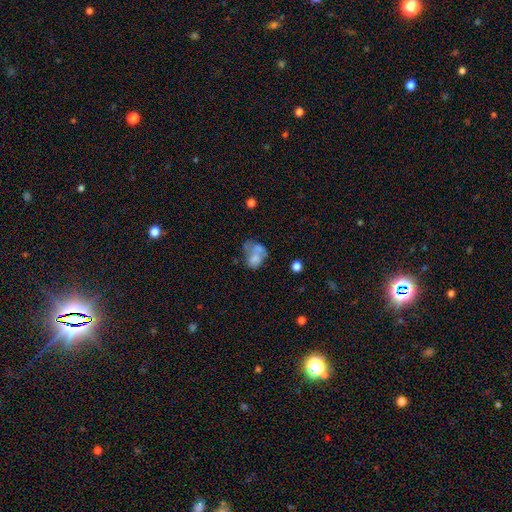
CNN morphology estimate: smooth-or-featured: smooth: 57% | featured or disk: 32% | star or artifact: 11%
  how-rounded: in between: 66% | round: 32% | cigar-shaped: 1%
  merging: merger: 45% | major disturbance: 21% | none: 20% | minor disturbance: 15%